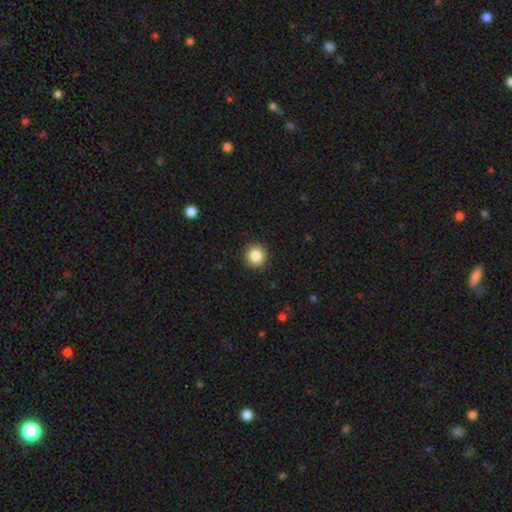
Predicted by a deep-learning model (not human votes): Morphology: type=smooth (85%); roundness=round (95%); merging=none (92%).